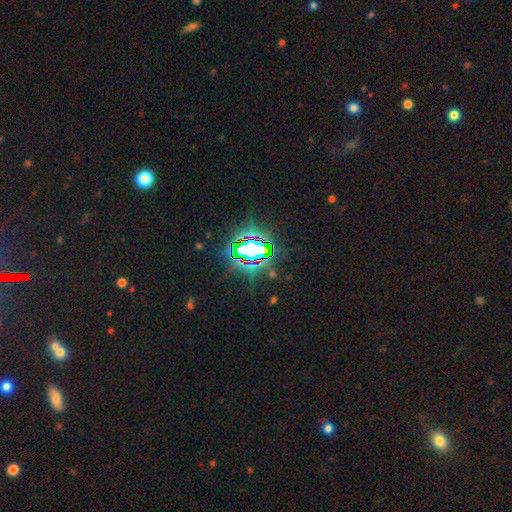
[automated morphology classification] Smooth or featured? star or artifact (77%)